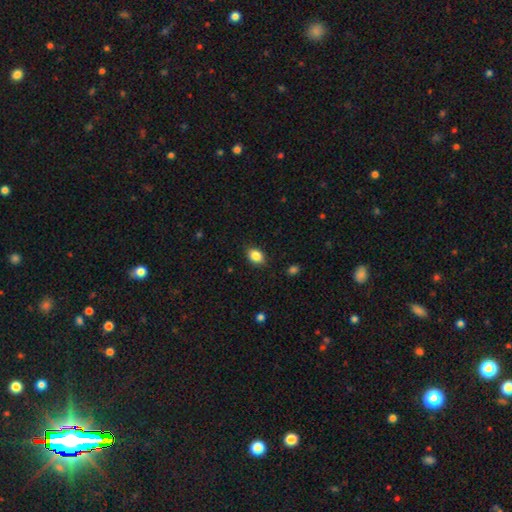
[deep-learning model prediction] Overall: smooth (87%). How rounded: in between (73%). Merging: none (86%).